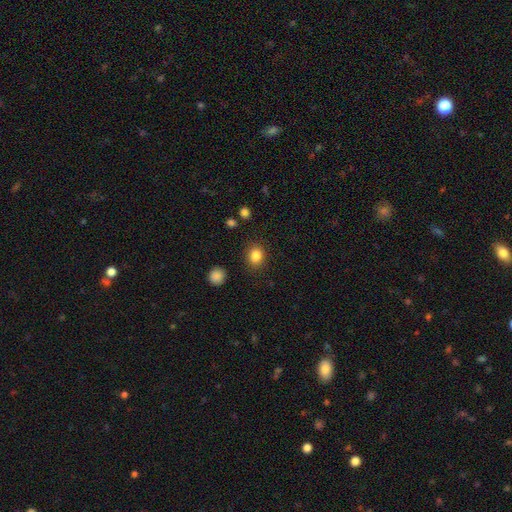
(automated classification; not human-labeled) A smooth galaxy with no disk features (86%) that is round (61%). Merging: none (86%).